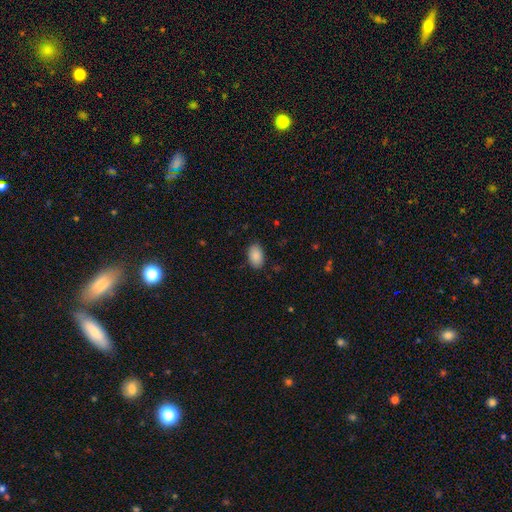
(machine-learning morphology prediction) Smooth or featured?
  - smooth: 89% *
  - star or artifact: 7%
  - featured or disk: 4%
How rounded?
  - in between: 93% *
  - round: 6%
  - cigar-shaped: 1%
Merging?
  - none: 87% *
  - minor disturbance: 10%
  - major disturbance: 2%
  - merger: 1%